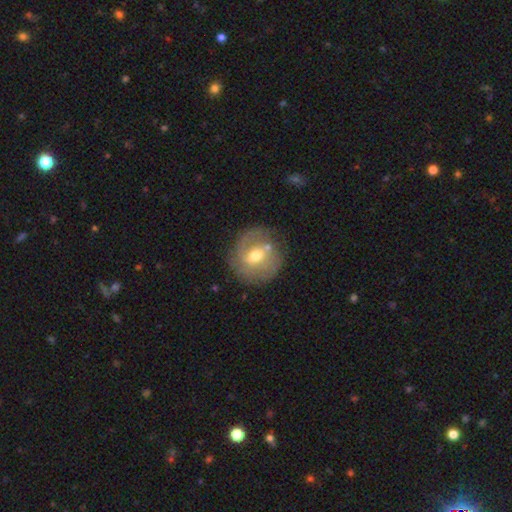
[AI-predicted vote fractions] Smooth or featured?
  - featured or disk: 55% *
  - smooth: 37%
  - star or artifact: 8%
Edge-on disk?
  - no: 96% *
  - yes: 4%
Bar?
  - weak: 49% *
  - no: 39%
  - strong: 12%
Spiral arms?
  - yes: 61% *
  - no: 39%
Bulge size?
  - moderate: 73% *
  - small: 19%
  - large: 6%
  - none: 1%
  - dominant: 1%
Merging?
  - none: 73% *
  - minor disturbance: 16%
  - major disturbance: 7%
  - merger: 4%